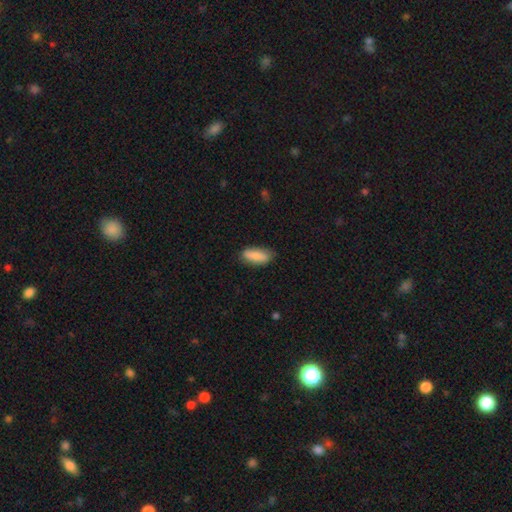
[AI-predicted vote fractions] smooth 86%, featured or disk 7%, star or artifact 6%. Down the decision tree: how rounded — in between (72%); merging — none (78%).